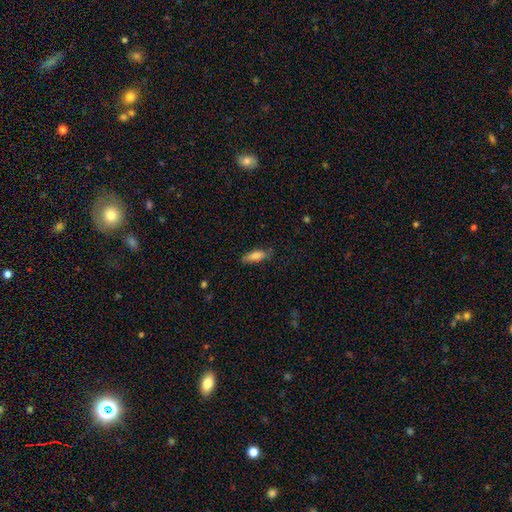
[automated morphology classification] A smooth galaxy with no disk features (81%) that is in between round and cigar-shaped (53%).

Vote fractions:
- Smooth or featured? smooth: 81% / featured or disk: 13% / star or artifact: 7%
- How rounded? in between: 53% / cigar-shaped: 45% / round: 2%
- Merging? none: 78% / minor disturbance: 17% / major disturbance: 3% / merger: 1%